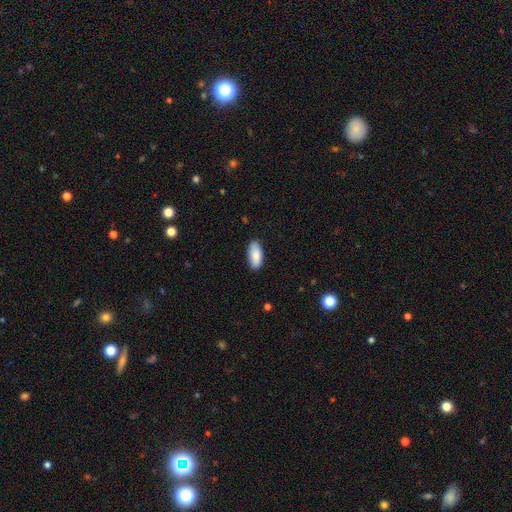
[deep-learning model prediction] smooth 82%, featured or disk 11%, star or artifact 6%. Down the decision tree: how rounded — in between (90%); merging — none (86%).